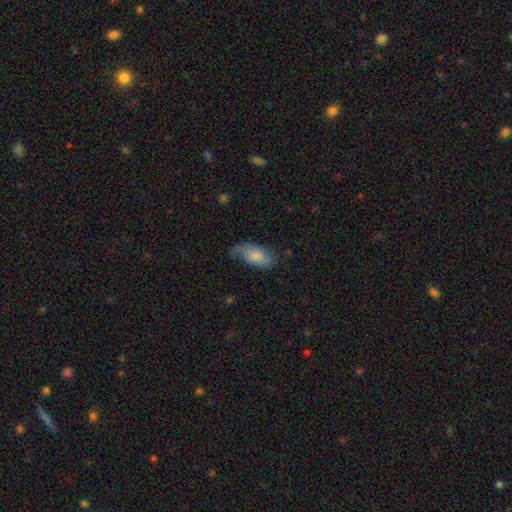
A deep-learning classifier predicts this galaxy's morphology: Overall: smooth (75%). How rounded: in between (91%). Merging: none (53%; minor disturbance 33%).